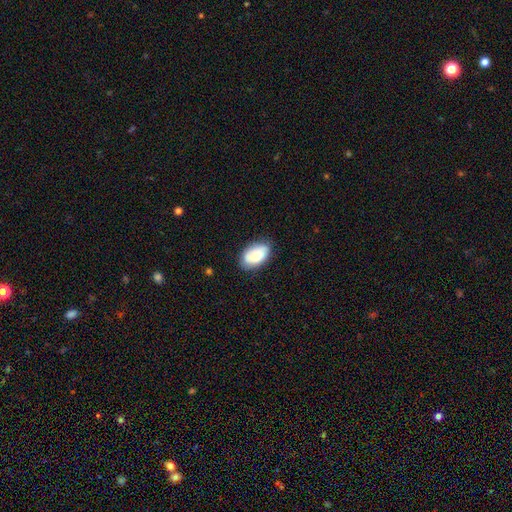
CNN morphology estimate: This is likely a smooth galaxy (70%). How rounded: clearly in between (92%). Merging: likely none (79%).